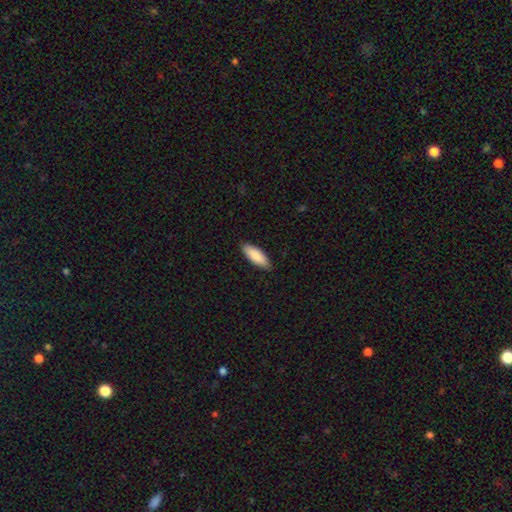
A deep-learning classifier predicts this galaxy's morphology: This is clearly a smooth galaxy (89%). How rounded: likely in between (71%). Merging: clearly none (87%).